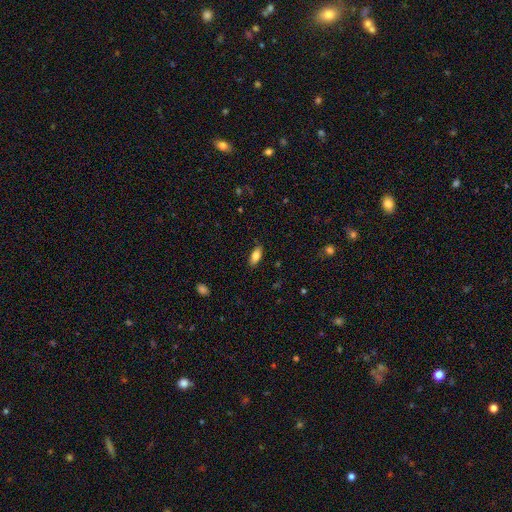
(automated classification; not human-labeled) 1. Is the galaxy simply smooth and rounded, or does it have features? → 79% smooth, 14% featured or disk, 7% star or artifact.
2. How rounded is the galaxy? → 81% in between, 17% cigar-shaped, 2% round.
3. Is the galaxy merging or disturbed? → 87% none, 10% minor disturbance, 2% major disturbance, 1% merger.